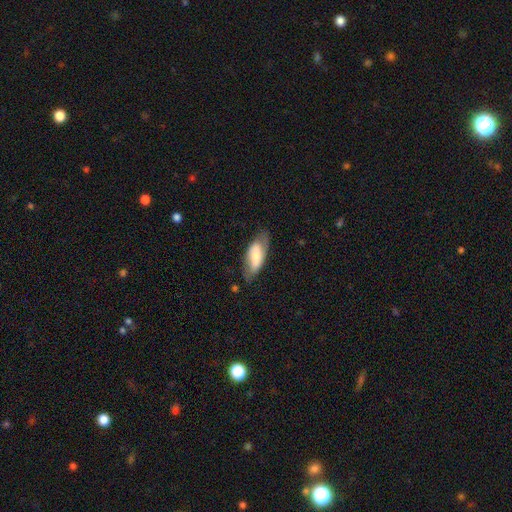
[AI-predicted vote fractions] Overall: smooth (52%; featured or disk 42%). How rounded: in between (82%). Merging: none (67%).